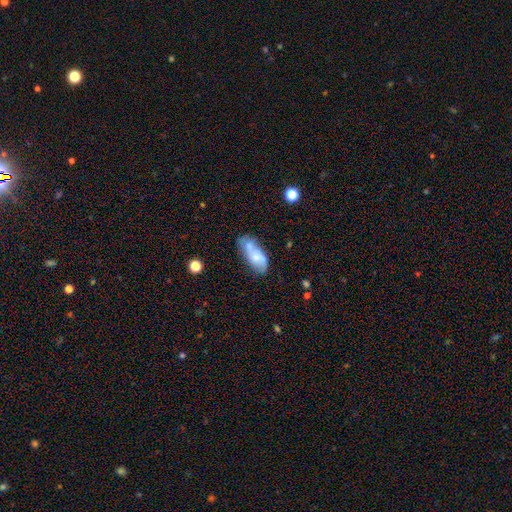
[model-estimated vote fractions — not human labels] Smooth or featured?
  - smooth: 52% *
  - featured or disk: 41%
  - star or artifact: 8%
How rounded?
  - in between: 85% *
  - cigar-shaped: 12%
  - round: 4%
Merging?
  - none: 38% *
  - merger: 27%
  - minor disturbance: 23%
  - major disturbance: 11%